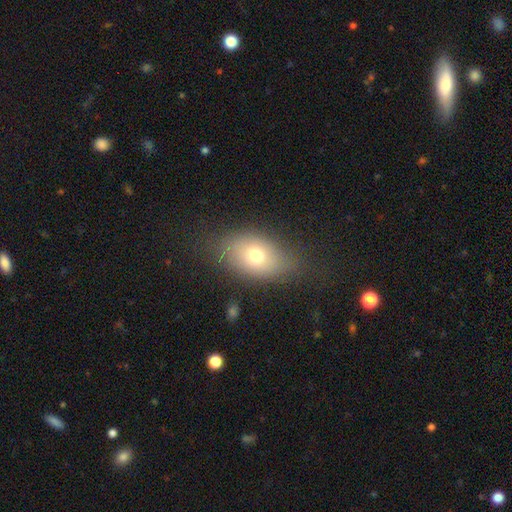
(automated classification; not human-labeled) Q: Smooth or featured?
A: smooth (70%); runner-up: featured or disk (18%)
Q: How rounded?
A: in between (81%); runner-up: round (18%)
Q: Merging?
A: none (72%); runner-up: minor disturbance (18%)